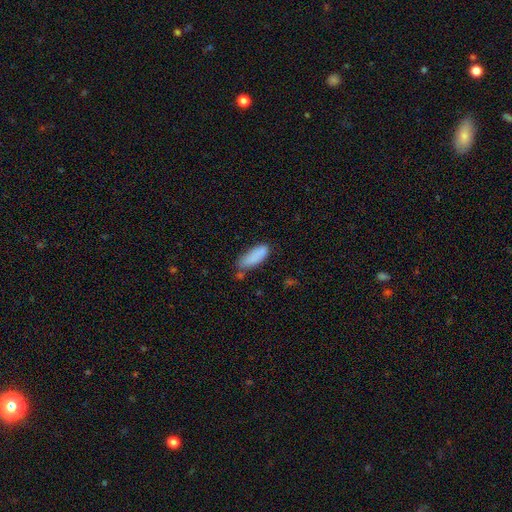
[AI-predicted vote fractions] Morphology: type=smooth (86%); roundness=in between (64%); merging=none (57%).